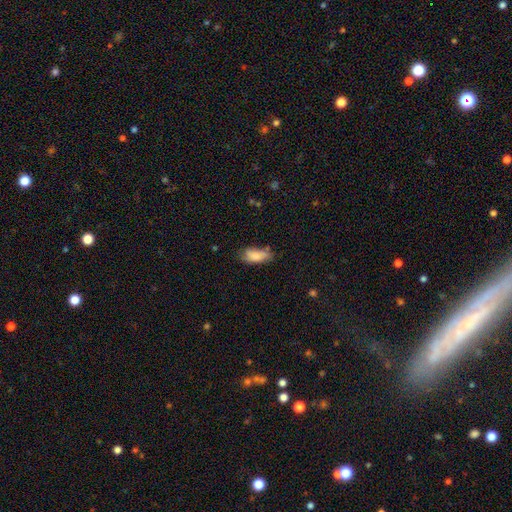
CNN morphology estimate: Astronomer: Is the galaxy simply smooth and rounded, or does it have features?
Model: smooth — 82%.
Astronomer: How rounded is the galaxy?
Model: in between — 83%.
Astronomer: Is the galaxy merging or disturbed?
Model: none — 58%.